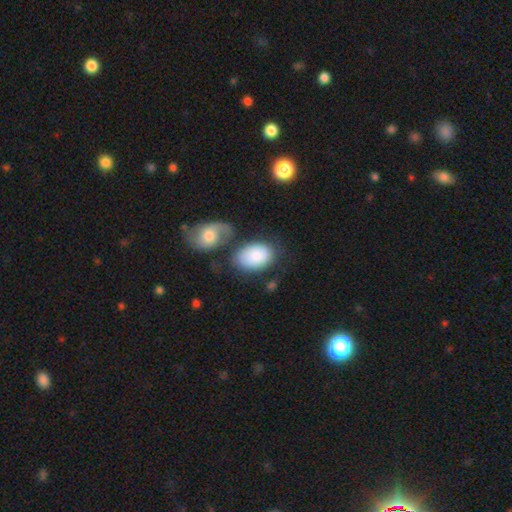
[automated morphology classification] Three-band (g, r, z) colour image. It shows a smooth galaxy with no disk features (84%) that is in between round and cigar-shaped (88%). Merging: none (51%).